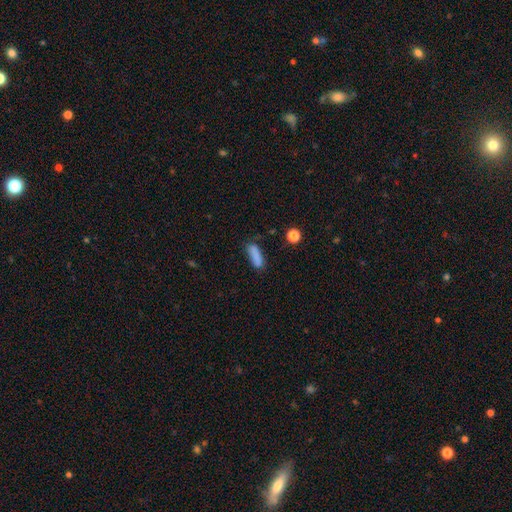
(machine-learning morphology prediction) A smooth galaxy with no disk features (84%) that is in between round and cigar-shaped (53%). Merging: none (70%).